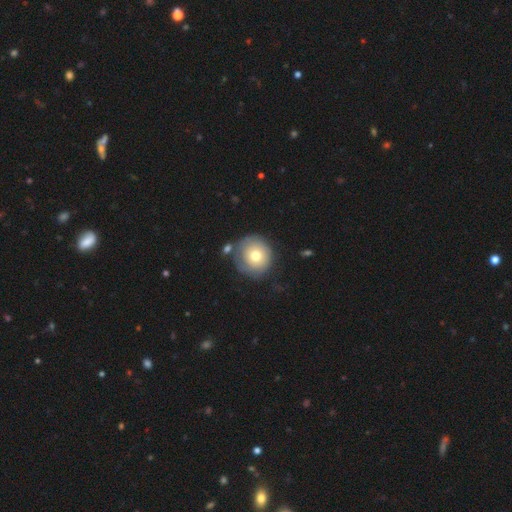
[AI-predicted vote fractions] Smooth or featured: smooth — 67% (featured or disk — 25%)
How rounded: round — 92% (in between — 7%)
Merging: none — 66% (minor disturbance — 18%)